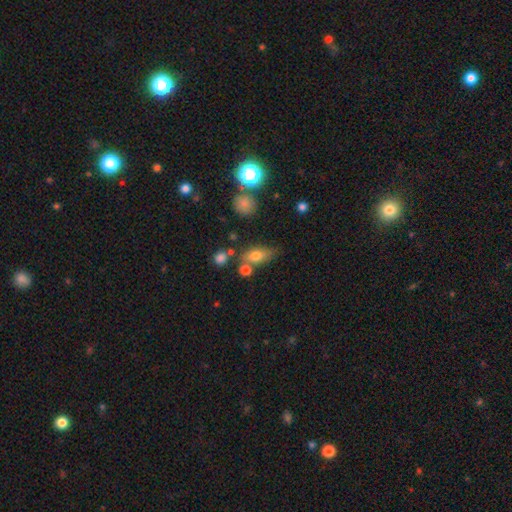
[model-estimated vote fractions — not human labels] smooth 74%, featured or disk 15%, star or artifact 11%. Down the decision tree: how rounded — in between (77%); merging — none (57%).